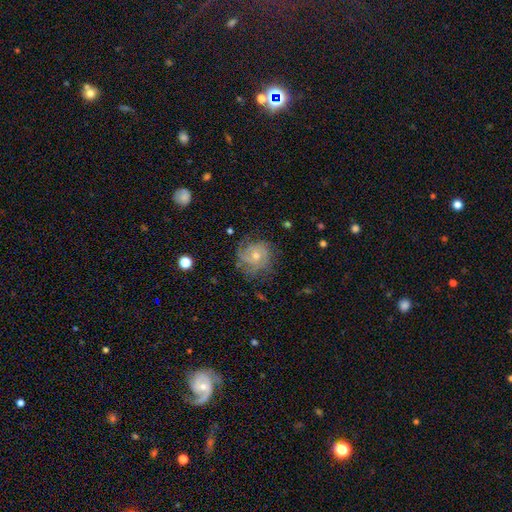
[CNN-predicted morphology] A featured or disk galaxy (77%) with no bar (73%), tight (63%) spiral arms (94%) and a moderate central bulge (52%). Merging: none (73%).